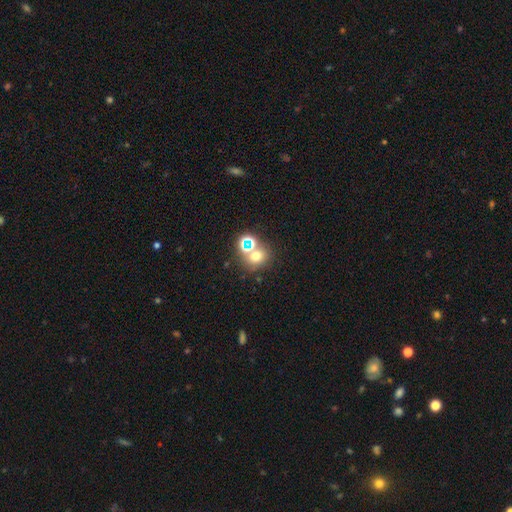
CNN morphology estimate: This is likely a smooth galaxy (60%). How rounded: likely round (70%). Merging: possibly none (56%).